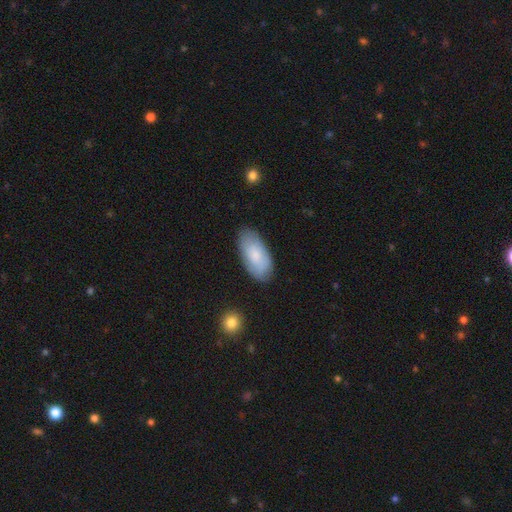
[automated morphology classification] Q: Smooth or featured?
A: smooth (75%); runner-up: featured or disk (19%)
Q: How rounded?
A: in between (93%); runner-up: cigar-shaped (5%)
Q: Merging?
A: none (81%); runner-up: minor disturbance (14%)